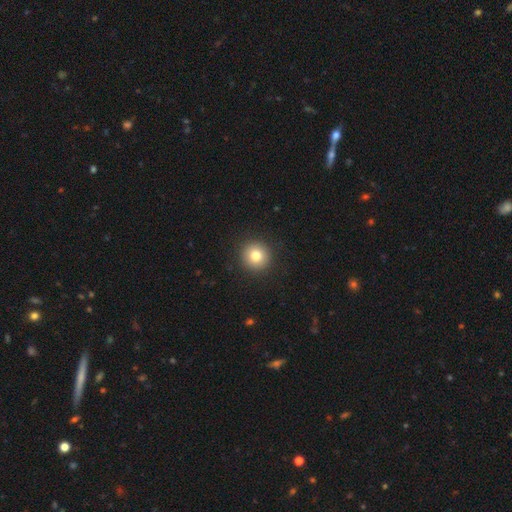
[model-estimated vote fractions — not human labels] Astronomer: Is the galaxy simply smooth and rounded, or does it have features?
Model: smooth — 80%.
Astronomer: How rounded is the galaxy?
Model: round — 95%.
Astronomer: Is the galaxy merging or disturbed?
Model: none — 92%.